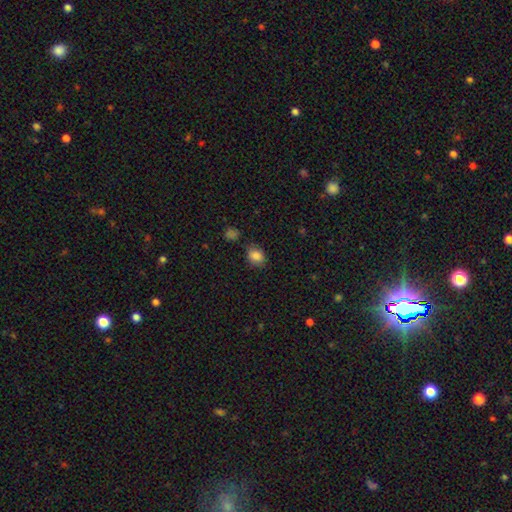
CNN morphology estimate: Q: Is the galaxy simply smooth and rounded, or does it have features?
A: smooth — 84%.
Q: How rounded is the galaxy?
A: in between — 58%.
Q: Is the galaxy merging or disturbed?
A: none — 75%.